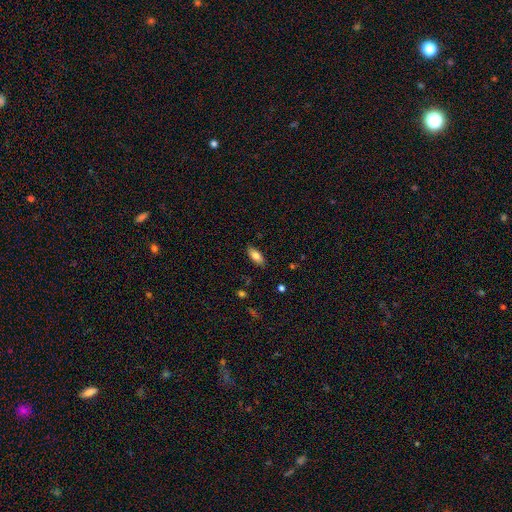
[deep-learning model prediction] Q: Smooth or featured?
A: smooth (79%); runner-up: featured or disk (14%)
Q: How rounded?
A: in between (83%); runner-up: cigar-shaped (14%)
Q: Merging?
A: none (86%); runner-up: minor disturbance (11%)